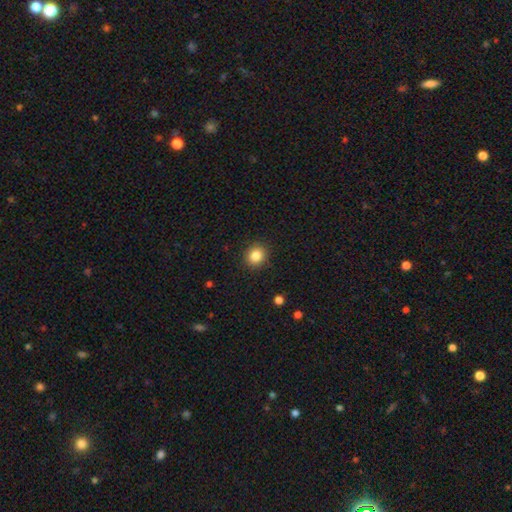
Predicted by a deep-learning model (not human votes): Q: Smooth or featured?
A: smooth (85%); runner-up: star or artifact (10%)
Q: How rounded?
A: round (83%); runner-up: in between (17%)
Q: Merging?
A: none (91%); runner-up: minor disturbance (6%)